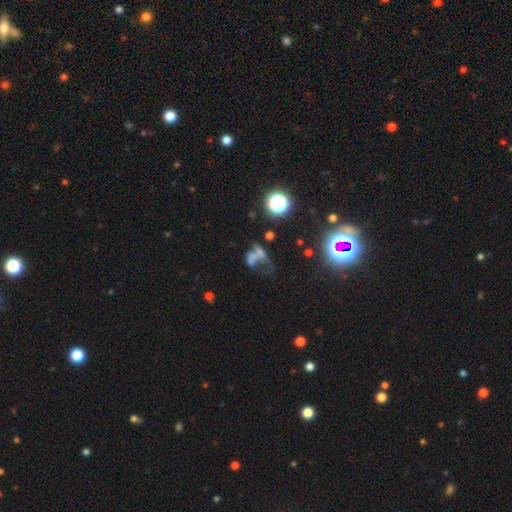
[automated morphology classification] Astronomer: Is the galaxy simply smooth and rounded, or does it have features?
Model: smooth — 37% (runner-up: featured or disk, 35%).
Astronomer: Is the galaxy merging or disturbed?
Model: merger — 34%, tied with major disturbance at 34%.